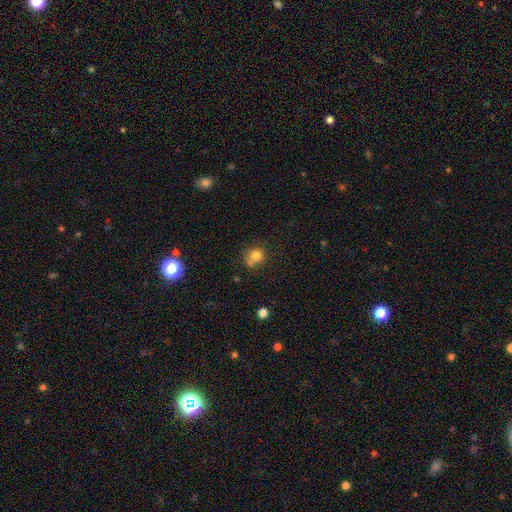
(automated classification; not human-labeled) Smooth or featured?
  - smooth: 77% *
  - star or artifact: 13%
  - featured or disk: 10%
How rounded?
  - round: 82% *
  - in between: 17%
  - cigar-shaped: 1%
Merging?
  - none: 51% *
  - merger: 29%
  - minor disturbance: 15%
  - major disturbance: 6%